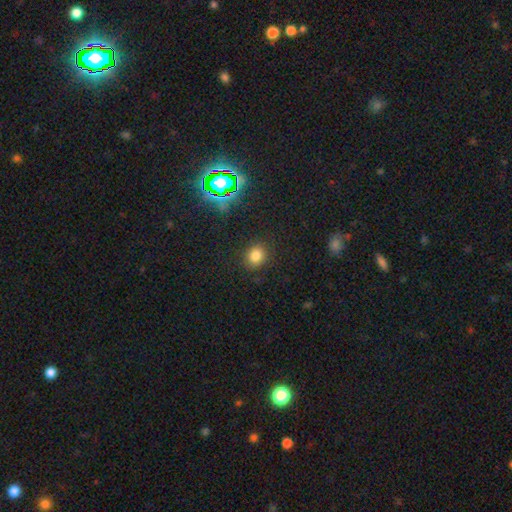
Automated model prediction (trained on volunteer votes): smooth 79%, star or artifact 16%, featured or disk 6%. Down the decision tree: how rounded — round (64%); merging — none (86%).